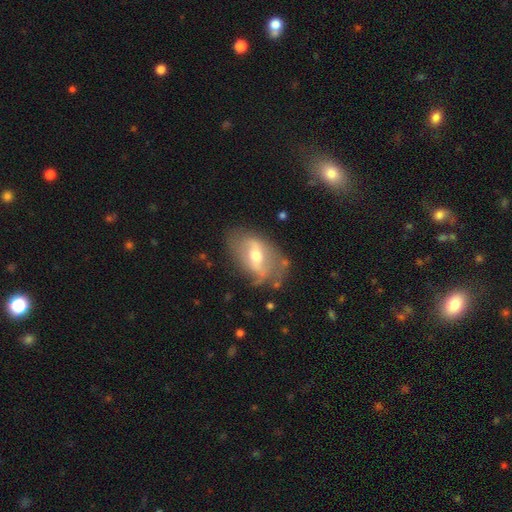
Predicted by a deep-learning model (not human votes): smooth-or-featured: featured or disk: 64% | smooth: 28% | star or artifact: 8%
  disk-edge-on: no: 89% | yes: 11%
    bar: weak: 41% | strong: 39% | no: 20%
    has-spiral-arms: yes: 57% | no: 43%
    bulge-size: moderate: 68% | small: 22% | large: 8% | none: 1% | dominant: 1%
  merging: none: 59% | minor disturbance: 25% | major disturbance: 12% | merger: 4%